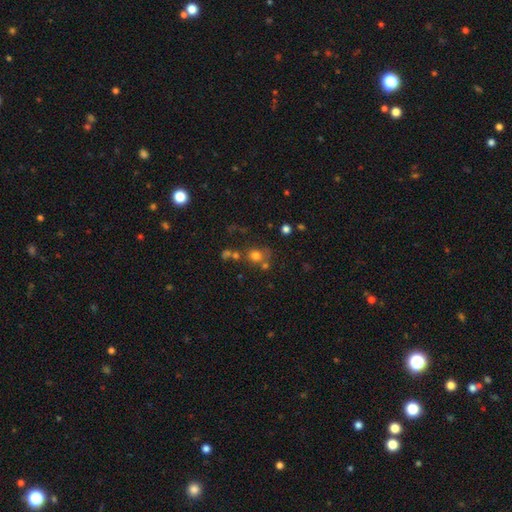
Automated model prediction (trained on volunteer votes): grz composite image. It shows a smooth galaxy with no disk features (70%) that is round (79%). Merging: none (57%).